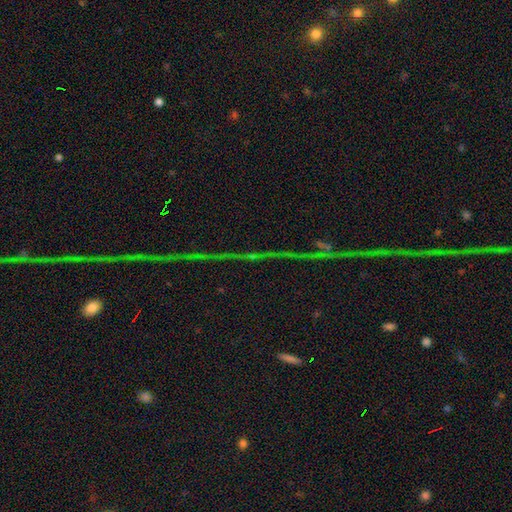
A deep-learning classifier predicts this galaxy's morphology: Smooth or featured? star or artifact (80%)